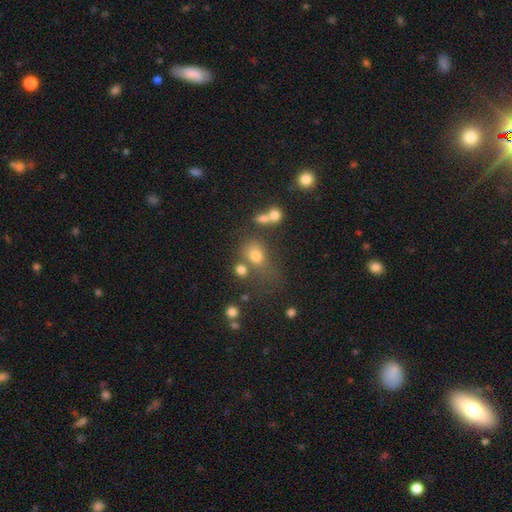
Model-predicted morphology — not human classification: Overall: smooth (71%). How rounded: round (50%; in between 48%). Merging: none (42%; merger 26%).